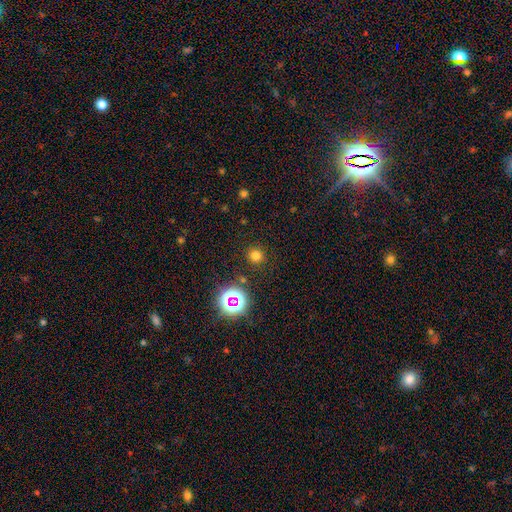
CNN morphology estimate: The model was most divided on "smooth or featured": smooth: 72%, star or artifact: 23%, featured or disk: 5%. More confident: how rounded — round (94%); merging — none (89%).